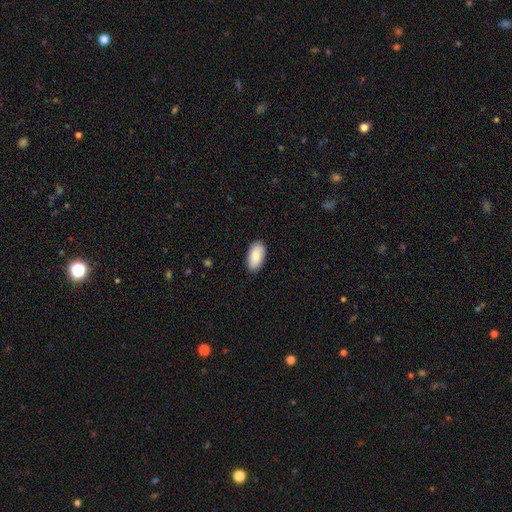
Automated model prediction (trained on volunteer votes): This is clearly a smooth galaxy (85%). How rounded: clearly in between (95%). Merging: clearly none (87%).